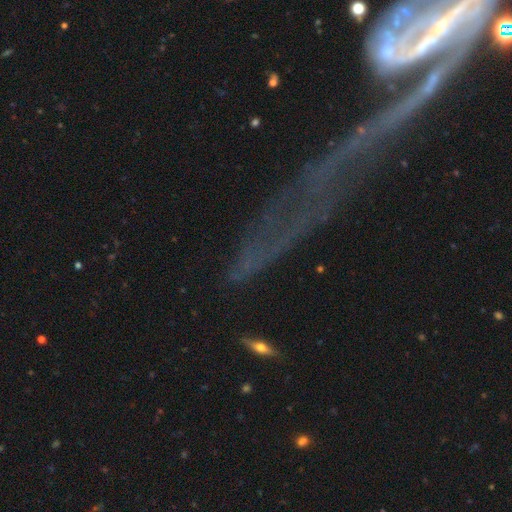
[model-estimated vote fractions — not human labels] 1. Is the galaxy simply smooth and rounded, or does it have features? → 40% star or artifact, 37% featured or disk, 23% smooth.